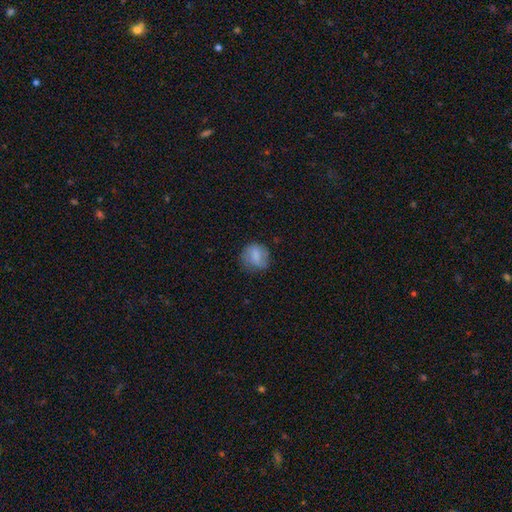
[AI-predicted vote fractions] smooth-or-featured: smooth: 73% | featured or disk: 19% | star or artifact: 8%
  how-rounded: round: 76% | in between: 22% | cigar-shaped: 1%
  merging: none: 66% | minor disturbance: 23% | major disturbance: 9% | merger: 2%